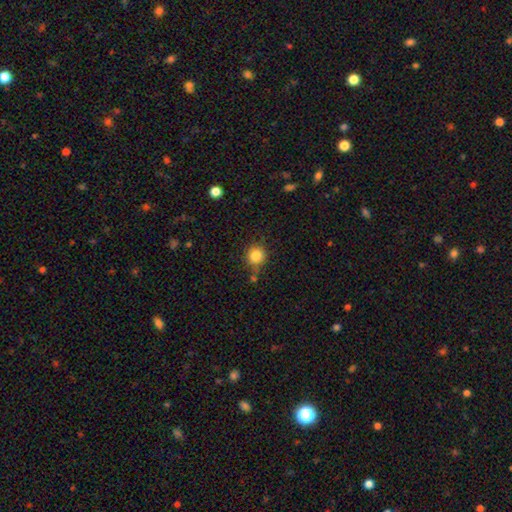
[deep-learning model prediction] This is clearly a smooth galaxy (84%). How rounded: clearly round (90%). Merging: likely none (75%).